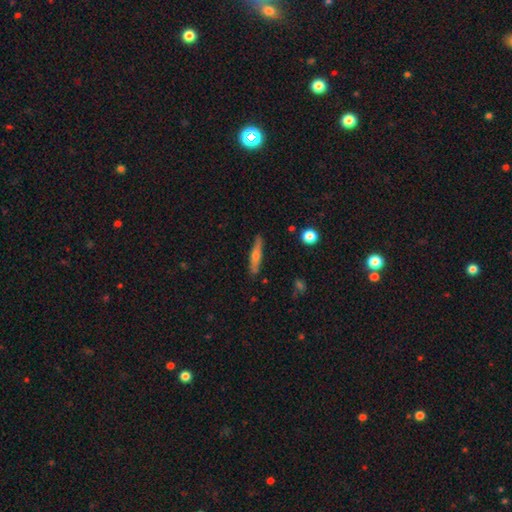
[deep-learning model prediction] The model was most divided on "smooth or featured": featured or disk: 51%, smooth: 42%, star or artifact: 7%. More confident: edge-on disk — yes (92%); merging — none (88%).